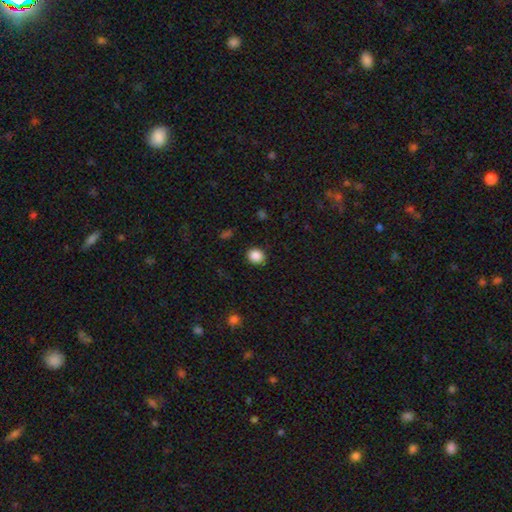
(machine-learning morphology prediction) Overall: smooth (87%). How rounded: round (76%). Merging: none (89%).